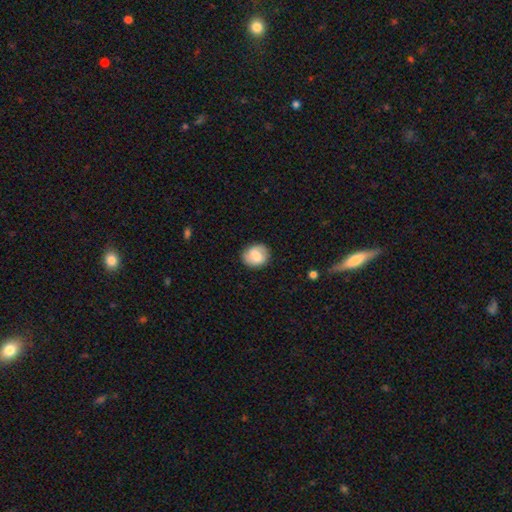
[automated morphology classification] A smooth galaxy with no disk features (69%) that is round (67%). Merging: none (85%).